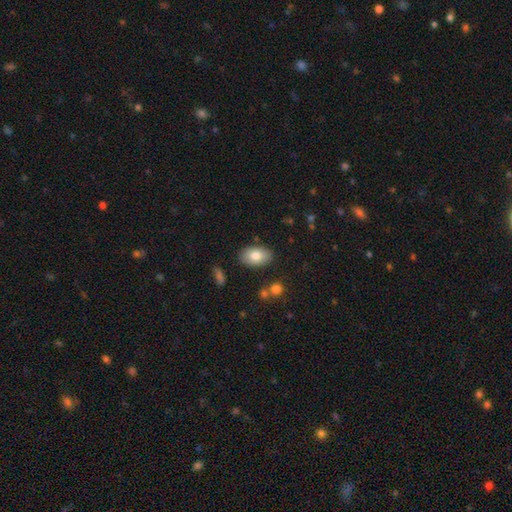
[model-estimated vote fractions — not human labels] smooth-or-featured: smooth: 78% | featured or disk: 15% | star or artifact: 7%
  how-rounded: in between: 91% | round: 7% | cigar-shaped: 1%
  merging: none: 85% | minor disturbance: 11% | major disturbance: 2% | merger: 2%